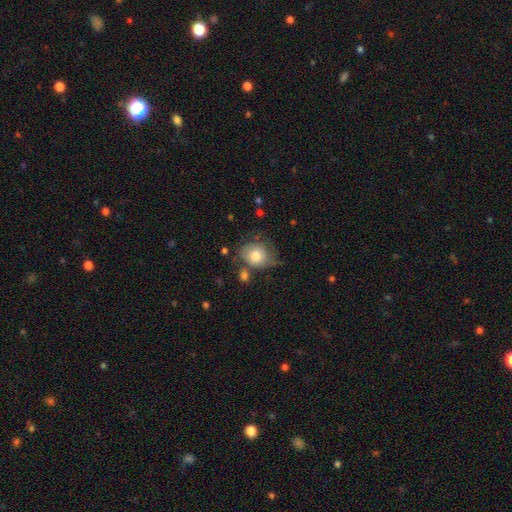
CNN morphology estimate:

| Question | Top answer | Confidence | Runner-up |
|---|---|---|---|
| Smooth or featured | smooth | 74% | featured or disk (18%) |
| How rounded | round | 65% | in between (34%) |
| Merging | none | 47% | minor disturbance (30%) |